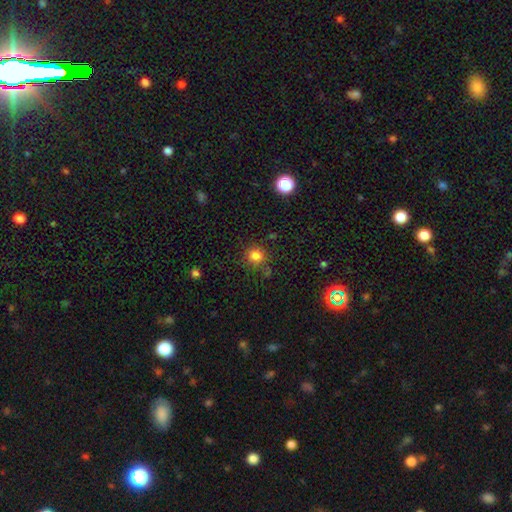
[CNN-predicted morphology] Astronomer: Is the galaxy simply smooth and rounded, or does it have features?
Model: smooth — 82%.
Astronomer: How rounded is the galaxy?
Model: round — 87%.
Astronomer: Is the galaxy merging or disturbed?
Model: none — 80%.